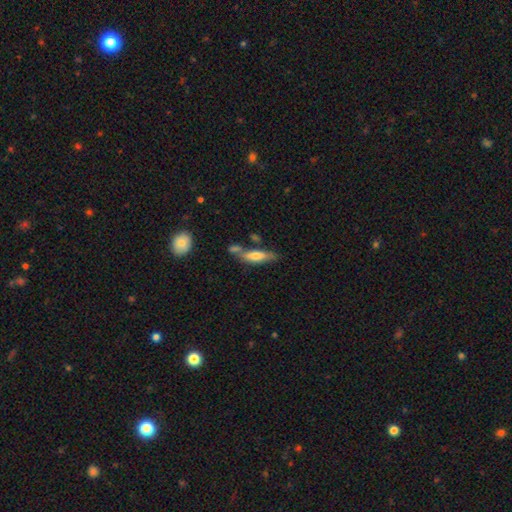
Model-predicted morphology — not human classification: type=smooth (61%); roundness=cigar-shaped (61%); merging=none (52%).